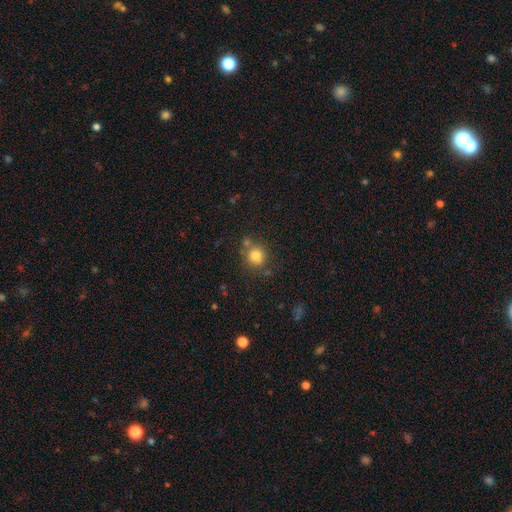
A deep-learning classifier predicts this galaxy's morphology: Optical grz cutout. It shows a smooth galaxy with no disk features (79%) that is round (84%). Merging: none (66%).